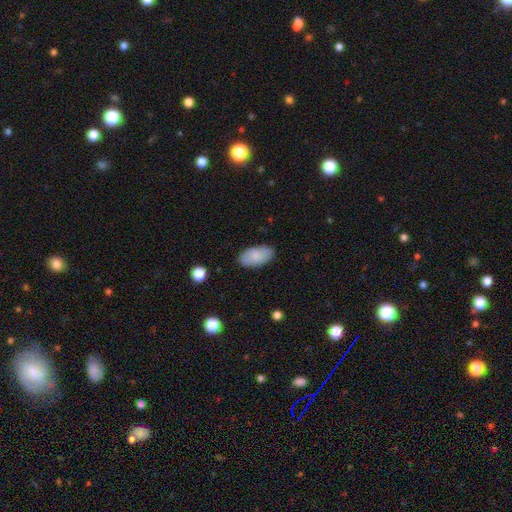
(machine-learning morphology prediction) Smooth or featured? smooth (83%)
How rounded? in between (95%)
Merging? none (85%)